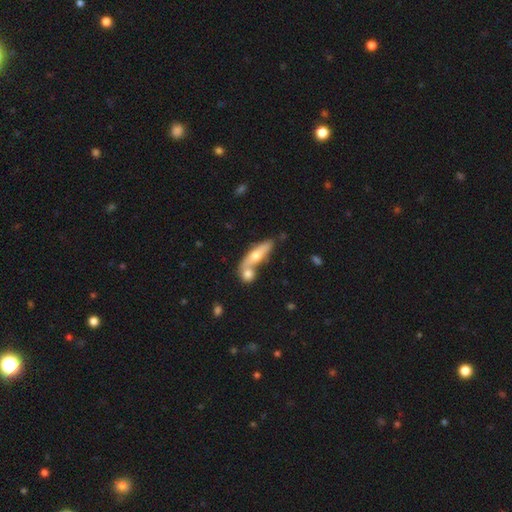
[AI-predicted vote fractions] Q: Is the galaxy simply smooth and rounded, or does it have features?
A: smooth — 56%.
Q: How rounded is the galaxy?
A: cigar-shaped — 62%.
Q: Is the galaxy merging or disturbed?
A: merger — 43%.